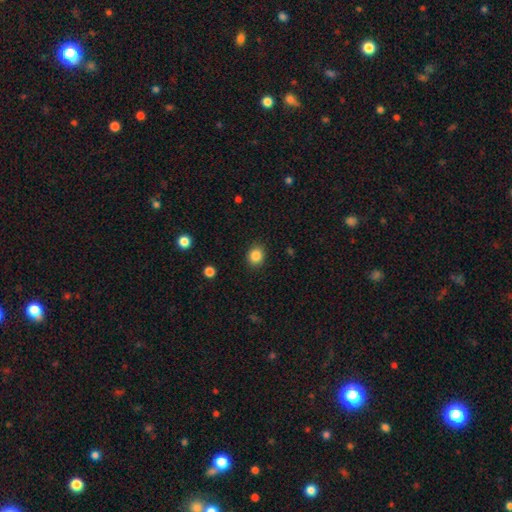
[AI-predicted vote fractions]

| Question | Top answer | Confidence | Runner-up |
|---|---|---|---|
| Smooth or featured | smooth | 86% | star or artifact (10%) |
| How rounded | round | 69% | in between (30%) |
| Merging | none | 88% | minor disturbance (8%) |